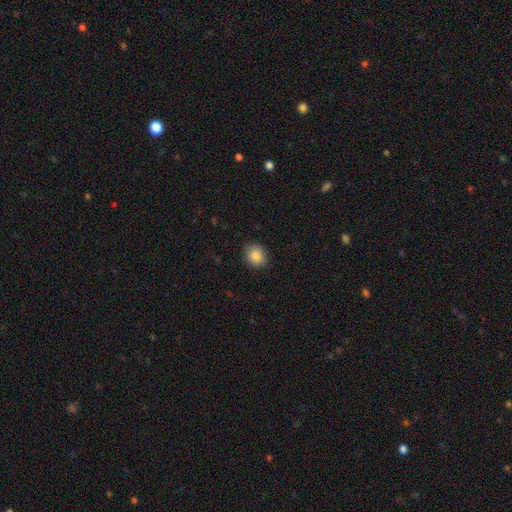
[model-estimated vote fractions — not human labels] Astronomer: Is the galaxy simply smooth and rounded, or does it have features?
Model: smooth — 87%.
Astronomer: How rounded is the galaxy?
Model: round — 56% (runner-up: in between, 43%).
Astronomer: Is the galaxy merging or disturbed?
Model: none — 86%.